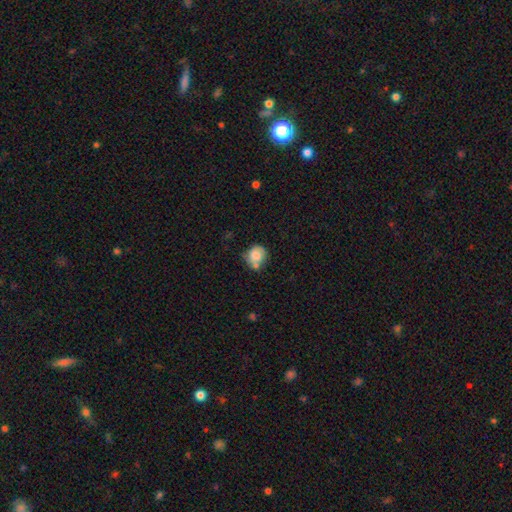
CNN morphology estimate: smooth 77%, featured or disk 14%, star or artifact 8%. Down the decision tree: how rounded — round (77%); merging — none (48%).